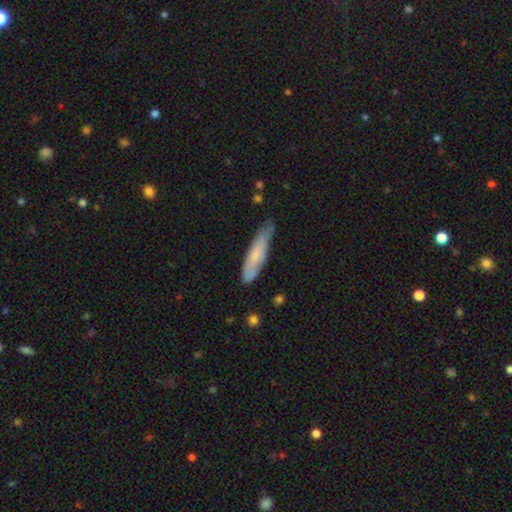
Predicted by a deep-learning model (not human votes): Q: Smooth or featured?
A: smooth (64%); runner-up: featured or disk (30%)
Q: How rounded?
A: cigar-shaped (76%); runner-up: in between (23%)
Q: Merging?
A: none (58%); runner-up: minor disturbance (33%)